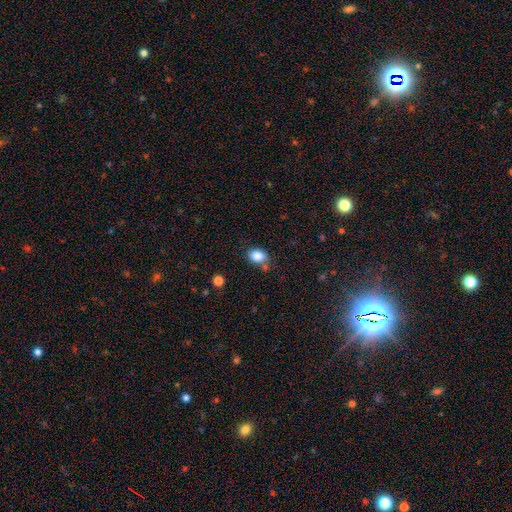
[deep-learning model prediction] Q: Smooth or featured?
A: smooth (86%); runner-up: star or artifact (9%)
Q: How rounded?
A: in between (71%); runner-up: round (28%)
Q: Merging?
A: none (72%); runner-up: minor disturbance (16%)